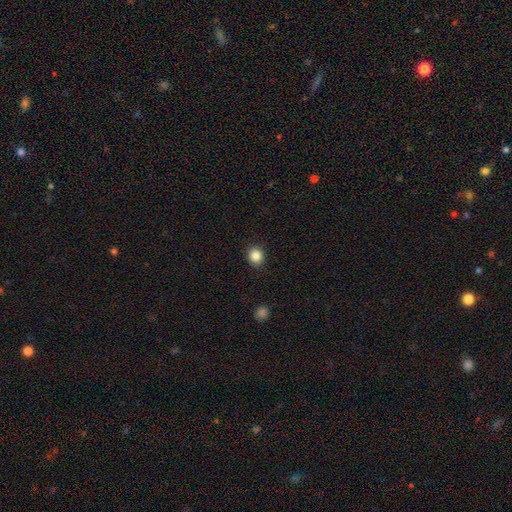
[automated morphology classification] type=smooth (85%); roundness=round (75%); merging=none (91%).